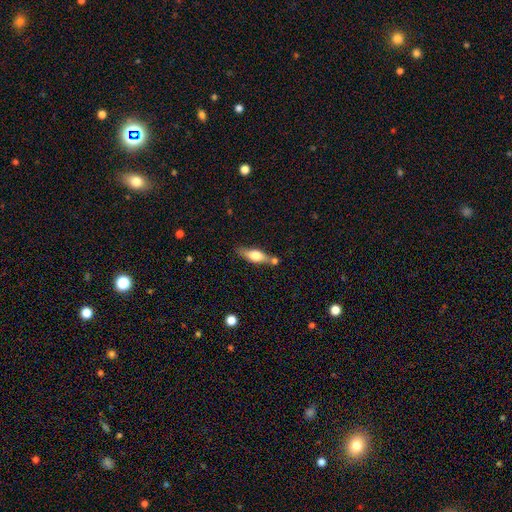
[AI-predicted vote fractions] Q: Smooth or featured?
A: smooth (51%); runner-up: featured or disk (42%)
Q: How rounded?
A: in between (50%); runner-up: cigar-shaped (46%)
Q: Merging?
A: none (66%); runner-up: minor disturbance (15%)